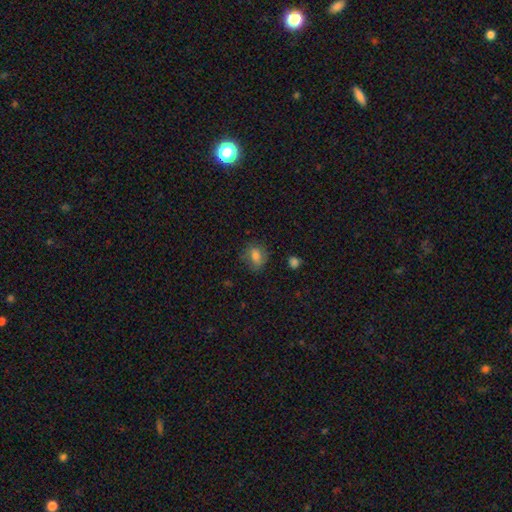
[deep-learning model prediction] smooth 74%, featured or disk 15%, star or artifact 11%. Down the decision tree: how rounded — in between (52%); merging — none (70%).